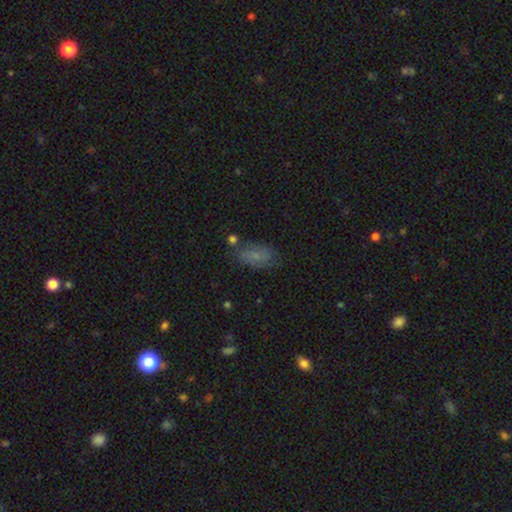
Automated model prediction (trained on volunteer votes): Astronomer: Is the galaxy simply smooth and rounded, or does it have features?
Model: smooth — 72%.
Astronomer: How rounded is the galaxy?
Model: in between — 90%.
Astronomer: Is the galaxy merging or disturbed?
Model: none — 66%.